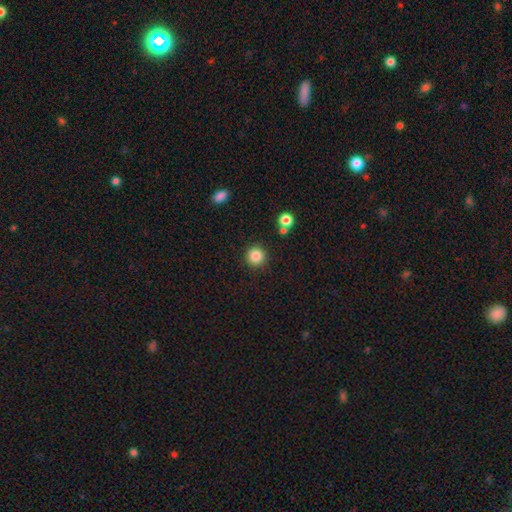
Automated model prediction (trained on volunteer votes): This is clearly a smooth galaxy (86%). How rounded: clearly round (95%). Merging: clearly none (89%).